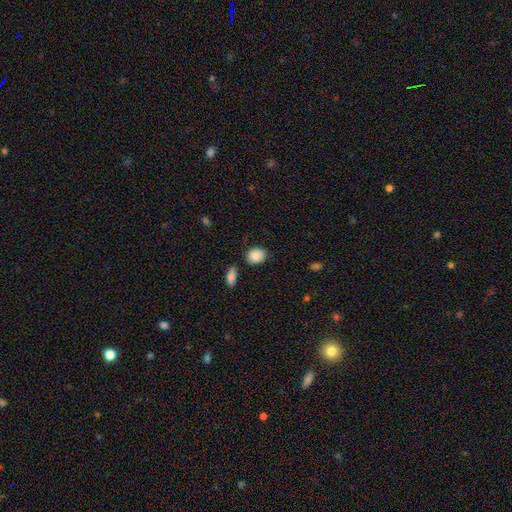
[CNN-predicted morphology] This is clearly a smooth galaxy (88%). How rounded: likely in between (61%). Merging: clearly none (81%).